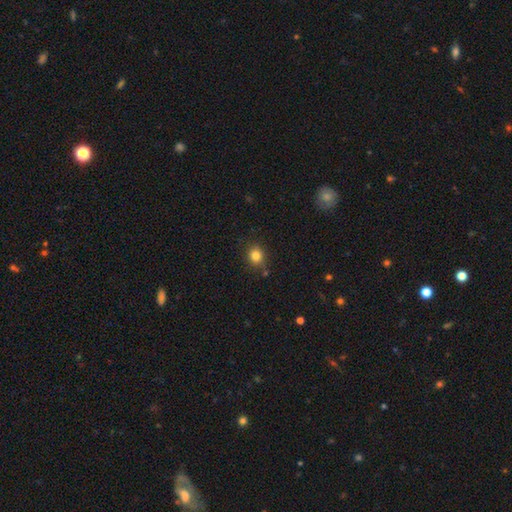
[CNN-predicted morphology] Smooth or featured? smooth (83%)
How rounded? round (76%)
Merging? none (83%)